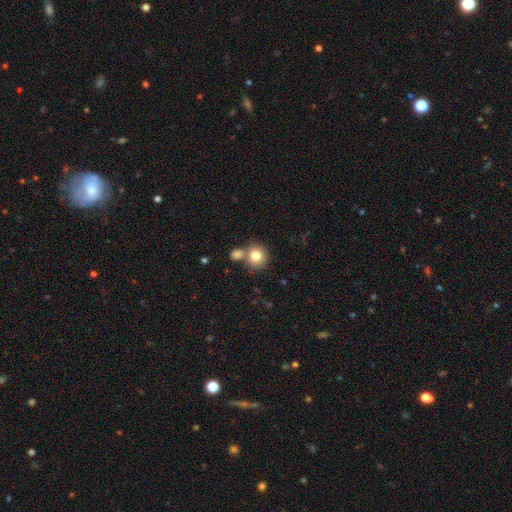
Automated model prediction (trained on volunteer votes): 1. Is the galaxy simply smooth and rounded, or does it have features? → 80% smooth, 10% featured or disk, 9% star or artifact.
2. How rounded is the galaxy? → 84% round, 15% in between, 1% cigar-shaped.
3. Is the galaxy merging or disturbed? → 54% none, 34% merger, 9% minor disturbance, 3% major disturbance.